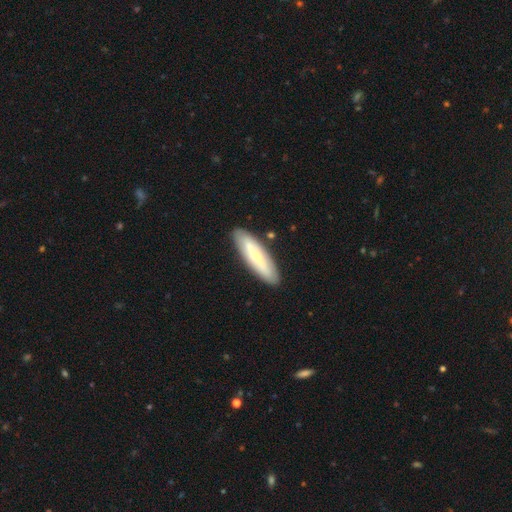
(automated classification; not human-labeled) Smooth or featured?
  - smooth: 53% *
  - featured or disk: 42%
  - star or artifact: 5%
How rounded?
  - cigar-shaped: 65% *
  - in between: 33%
  - round: 2%
Merging?
  - none: 87% *
  - minor disturbance: 9%
  - major disturbance: 2%
  - merger: 2%